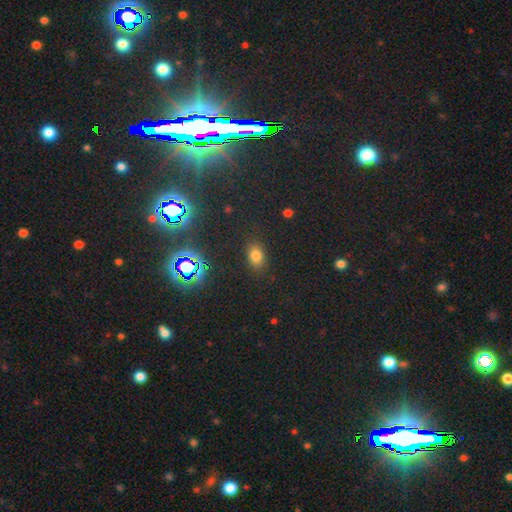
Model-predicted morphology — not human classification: smooth-or-featured: smooth: 71% | star or artifact: 21% | featured or disk: 7%
  how-rounded: in between: 78% | round: 20% | cigar-shaped: 2%
  merging: none: 85% | minor disturbance: 10% | major disturbance: 3% | merger: 2%